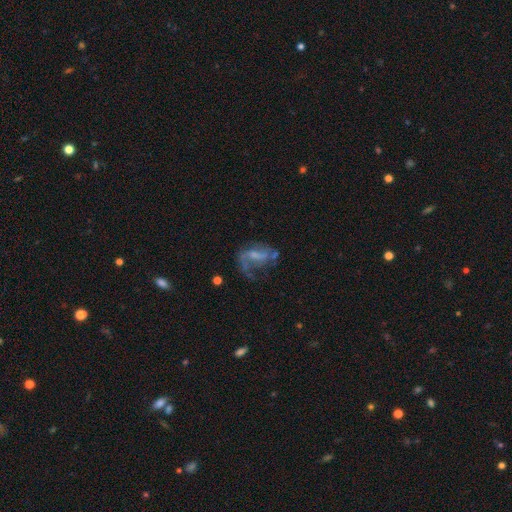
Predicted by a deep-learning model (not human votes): The model was most divided on "bulge size" (2-way tie): small: 35%, none: 35%, moderate: 24%, large: 5%, dominant: 1%. Remaining: edge-on disk — no (96%); spiral arms — yes (76%); smooth or featured — featured or disk (70%); spiral winding — loose (61%); spiral arm count — 2 (53%); bar — weak (45%); merging — major disturbance (38%).